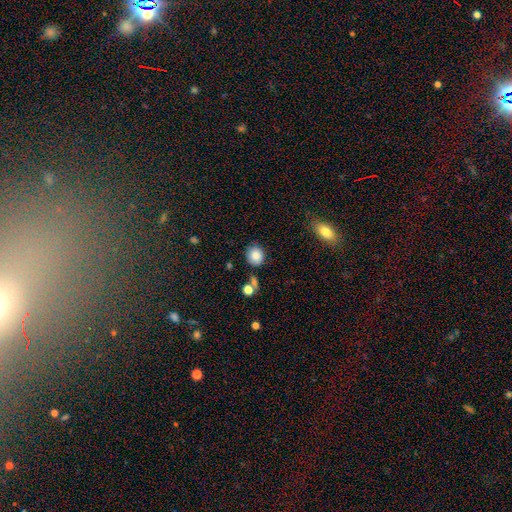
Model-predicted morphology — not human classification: smooth-or-featured: smooth: 85% | star or artifact: 9% | featured or disk: 6%
  how-rounded: round: 83% | in between: 16% | cigar-shaped: 1%
  merging: none: 79% | minor disturbance: 12% | merger: 6% | major disturbance: 3%